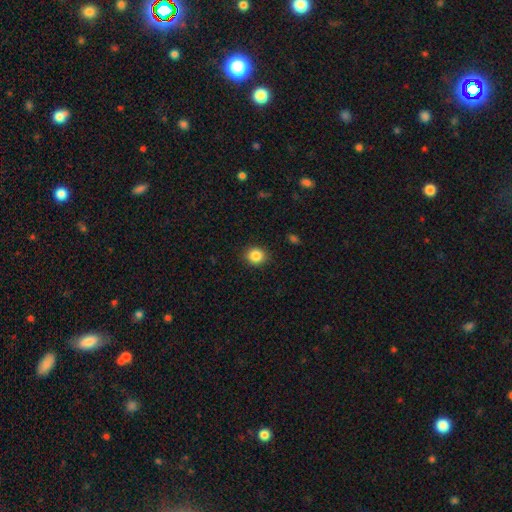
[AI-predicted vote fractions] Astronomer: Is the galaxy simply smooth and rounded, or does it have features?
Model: smooth — 86%.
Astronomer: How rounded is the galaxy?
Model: round — 86%.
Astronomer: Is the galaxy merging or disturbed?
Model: none — 90%.